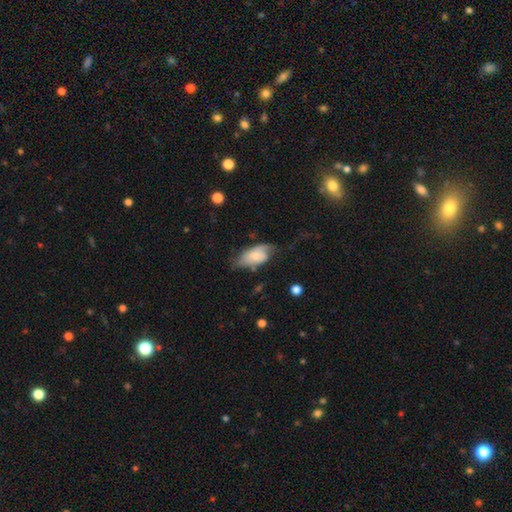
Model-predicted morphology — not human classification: Smooth or featured? Predicted: featured or disk (p=0.48). Merging? Predicted: none (p=0.42).